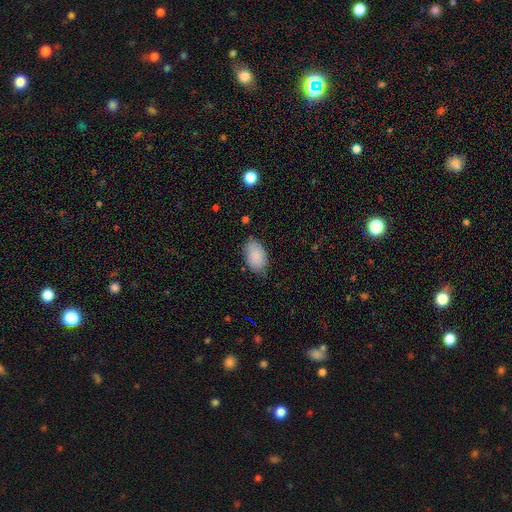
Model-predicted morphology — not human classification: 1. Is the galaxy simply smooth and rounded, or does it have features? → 87% smooth, 7% star or artifact, 6% featured or disk.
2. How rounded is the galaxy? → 93% in between, 6% round, 1% cigar-shaped.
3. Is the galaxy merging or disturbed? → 72% none, 22% minor disturbance, 4% major disturbance, 1% merger.